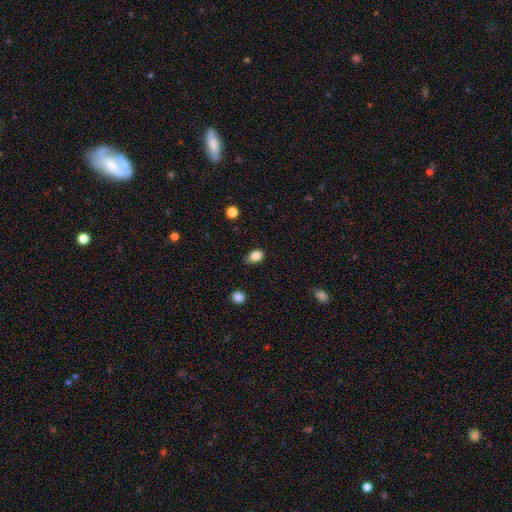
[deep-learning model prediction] Q: Smooth or featured?
A: smooth (86%); runner-up: star or artifact (10%)
Q: How rounded?
A: in between (68%); runner-up: round (31%)
Q: Merging?
A: none (68%); runner-up: minor disturbance (26%)